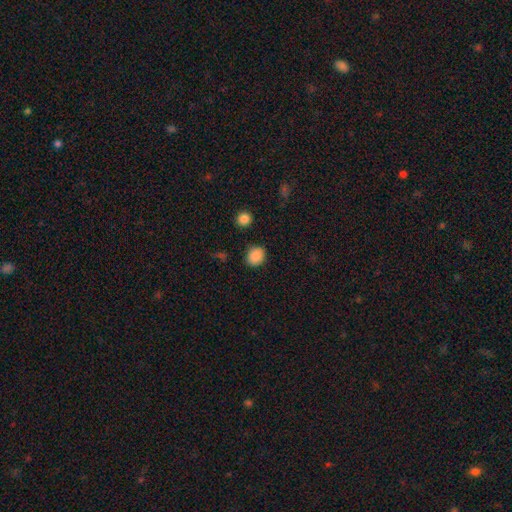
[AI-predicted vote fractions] A smooth galaxy with no disk features (87%) that is round (74%).

Vote fractions:
- Smooth or featured? smooth: 87% / star or artifact: 9% / featured or disk: 3%
- How rounded? round: 74% / in between: 25% / cigar-shaped: 1%
- Merging? none: 87% / minor disturbance: 8% / major disturbance: 3% / merger: 2%